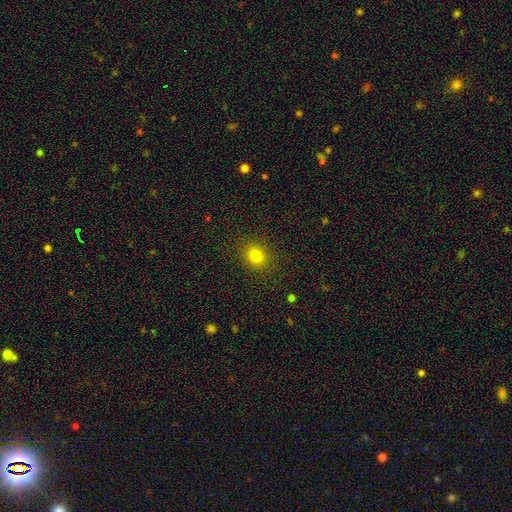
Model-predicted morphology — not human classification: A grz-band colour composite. It shows a smooth galaxy with no disk features (81%) that is round (67%). Merging: none (88%).